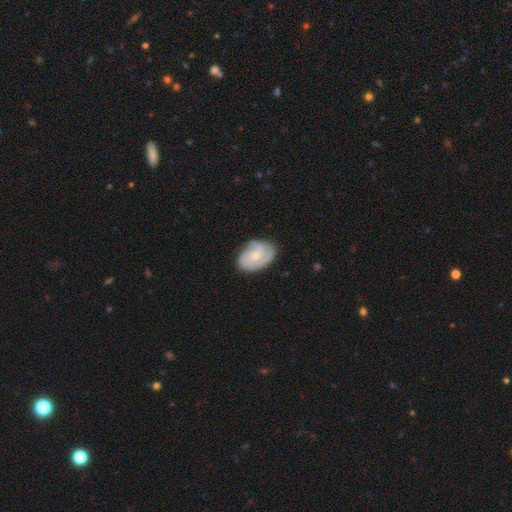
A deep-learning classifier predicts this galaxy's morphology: This appears to be a featured or disk galaxy (68%) with no bar (65%), 2 (38%) tight (53%) spiral arms (92%) and a small central bulge (54%). Merging: none (74%).